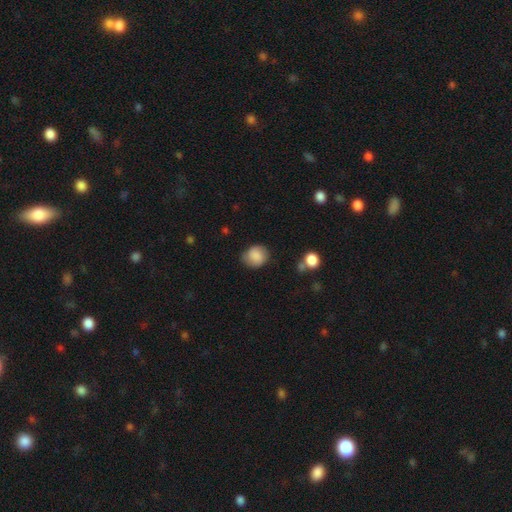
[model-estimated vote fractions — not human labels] A smooth galaxy with no disk features (80%) that is round (72%). Merging: none (75%).